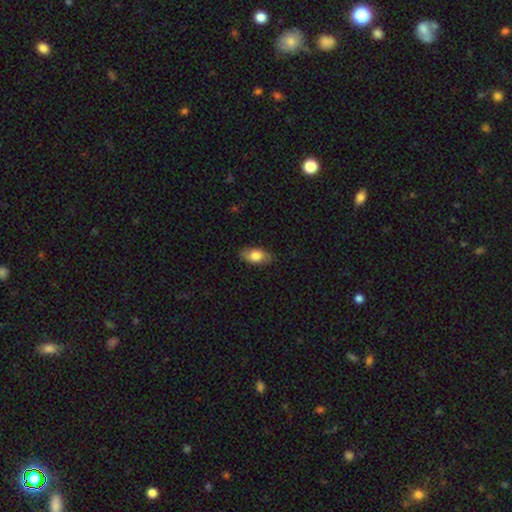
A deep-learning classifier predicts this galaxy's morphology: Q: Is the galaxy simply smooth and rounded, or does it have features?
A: smooth — 77%.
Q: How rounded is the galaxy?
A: in between — 89%.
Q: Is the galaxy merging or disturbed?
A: none — 85%.